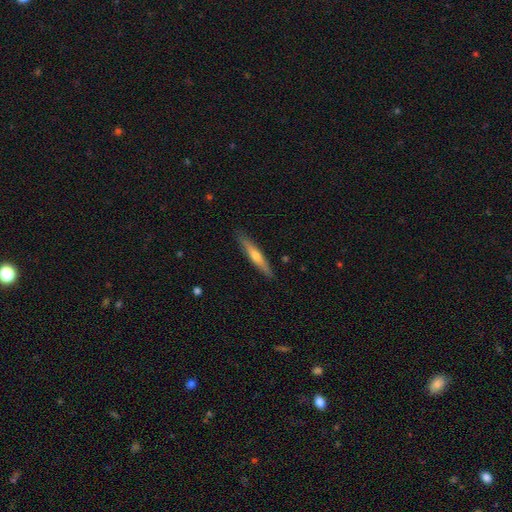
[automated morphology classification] The model was most divided on "smooth or featured": featured or disk: 53%, smooth: 41%, star or artifact: 6%. More confident: edge-on disk — yes (95%); merging — none (90%); edge-on bulge — rounded (83%).